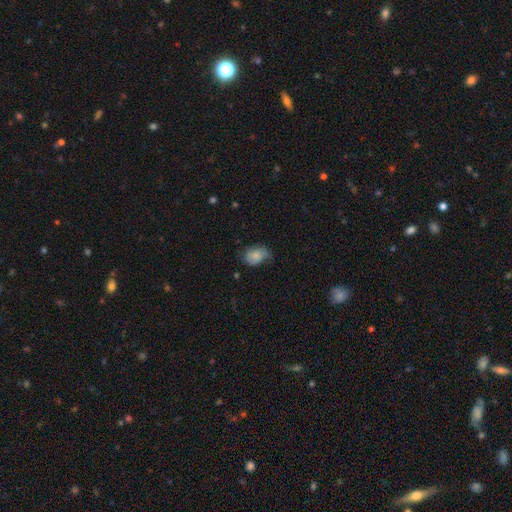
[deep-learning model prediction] A smooth galaxy with no disk features (79%) that is in between round and cigar-shaped (75%). Merging: none (53%).